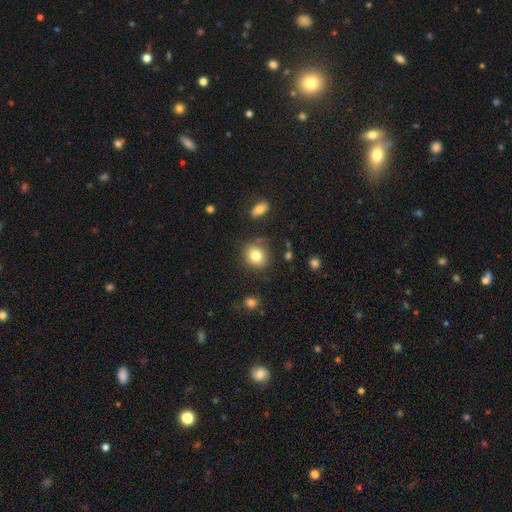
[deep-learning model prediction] Q: Smooth or featured?
A: smooth (81%); runner-up: star or artifact (10%)
Q: How rounded?
A: round (72%); runner-up: in between (27%)
Q: Merging?
A: none (78%); runner-up: minor disturbance (14%)